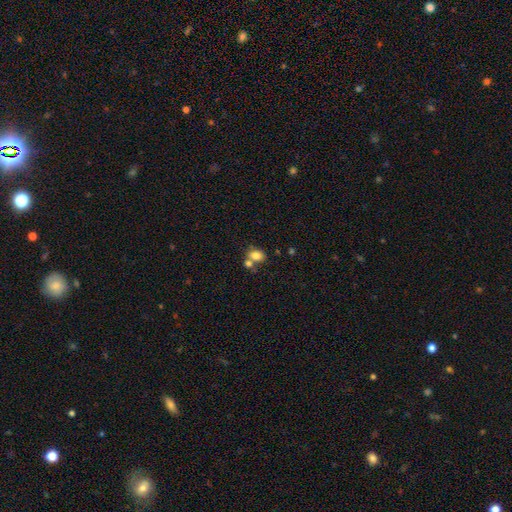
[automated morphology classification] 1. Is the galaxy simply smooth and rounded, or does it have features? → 79% smooth, 11% featured or disk, 10% star or artifact.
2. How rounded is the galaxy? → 69% in between, 30% round, 1% cigar-shaped.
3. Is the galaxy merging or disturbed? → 42% merger (tied), 42% none (tied), 11% minor disturbance, 5% major disturbance.